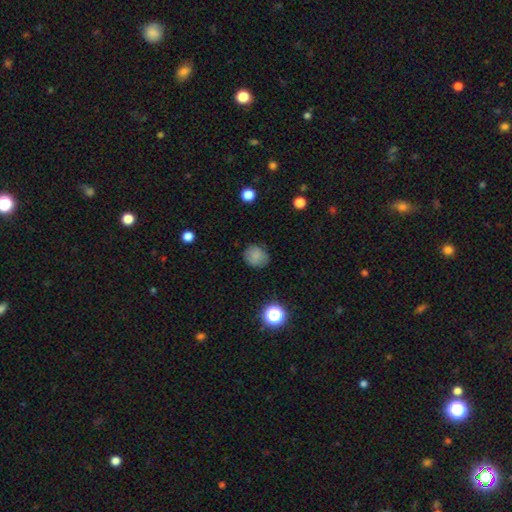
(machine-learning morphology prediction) smooth 81%, star or artifact 12%, featured or disk 7%. Down the decision tree: how rounded — round (81%); merging — none (81%).